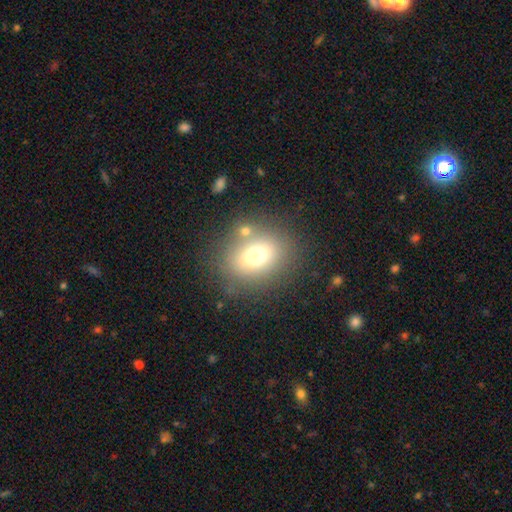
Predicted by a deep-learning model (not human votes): smooth-or-featured: smooth: 69% | star or artifact: 15% | featured or disk: 15%
  how-rounded: round: 53% | in between: 46% | cigar-shaped: 1%
  merging: none: 72% | minor disturbance: 12% | merger: 9% | major disturbance: 6%